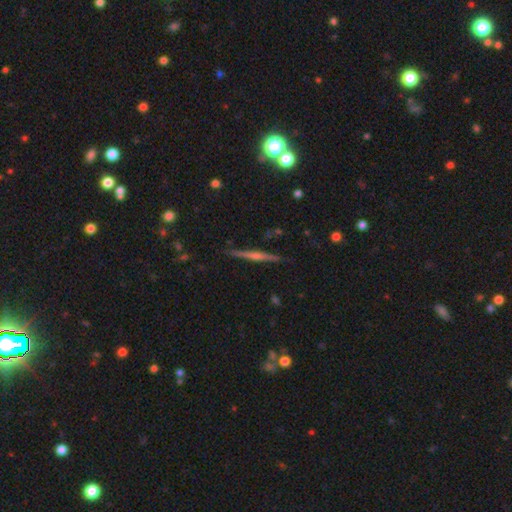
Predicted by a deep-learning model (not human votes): Q: Smooth or featured?
A: featured or disk (75%); runner-up: smooth (17%)
Q: Edge-on disk?
A: yes (98%); runner-up: no (2%)
Q: Edge-on bulge?
A: rounded (75%); runner-up: none (16%)
Q: Merging?
A: none (91%); runner-up: minor disturbance (7%)